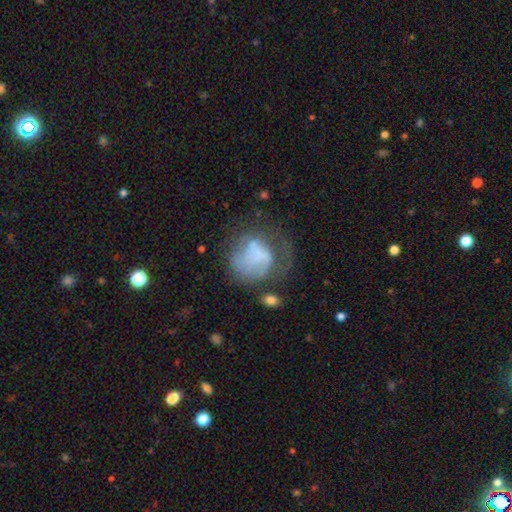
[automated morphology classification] smooth 47%, featured or disk 43%, star or artifact 10%. Down the decision tree: merging — major disturbance (42%).